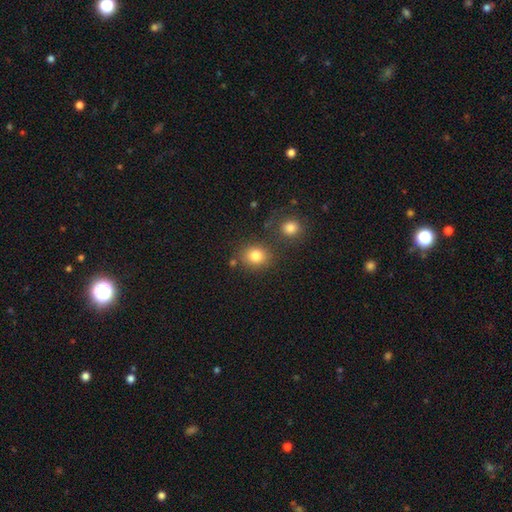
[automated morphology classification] Smooth or featured? smooth (82%)
How rounded? round (71%)
Merging? none (74%)